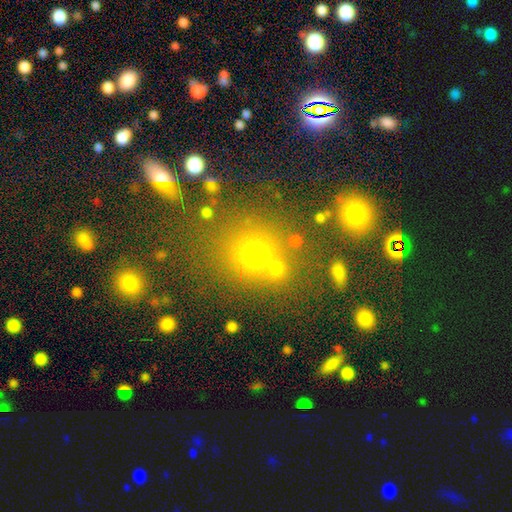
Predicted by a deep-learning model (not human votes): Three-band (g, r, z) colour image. It shows a smooth galaxy with no disk features (56%) that is round (85%). Merging: none (69%).